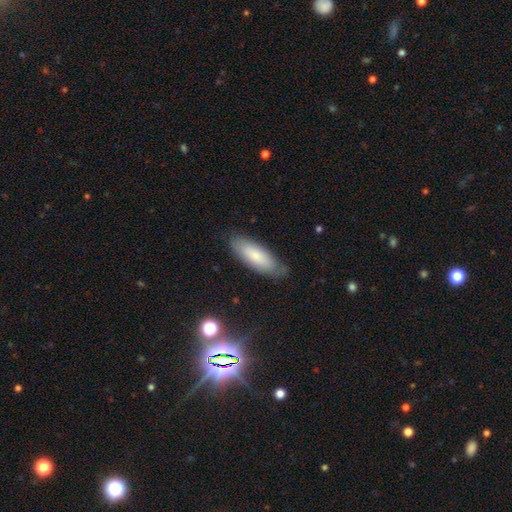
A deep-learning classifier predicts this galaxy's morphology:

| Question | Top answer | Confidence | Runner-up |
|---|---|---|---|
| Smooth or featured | smooth | 79% | featured or disk (15%) |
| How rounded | in between | 62% | cigar-shaped (36%) |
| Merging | none | 79% | minor disturbance (16%) |